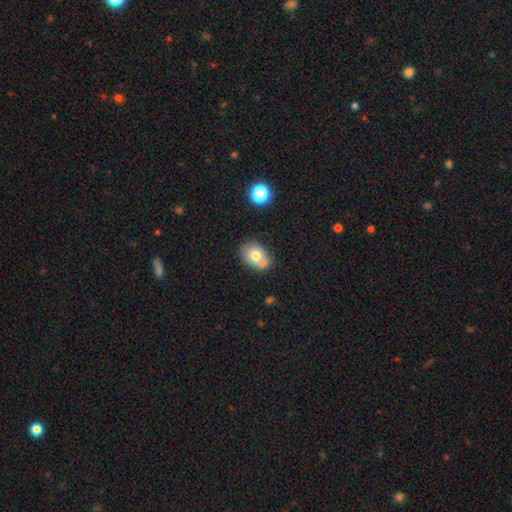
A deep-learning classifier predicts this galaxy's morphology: A smooth galaxy with no disk features (71%) that is in between round and cigar-shaped (74%).

Vote fractions:
- Smooth or featured? smooth: 71% / featured or disk: 20% / star or artifact: 9%
- How rounded? in between: 74% / round: 25% / cigar-shaped: 1%
- Merging? none: 66% / minor disturbance: 20% / merger: 10% / major disturbance: 4%